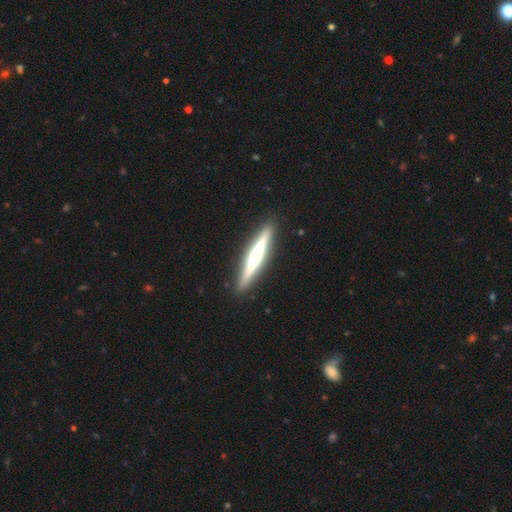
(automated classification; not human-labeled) Morphology: type=featured or disk (66%); edge-on=yes (97%); edge-on bulge=rounded (56%); merging=none (91%).